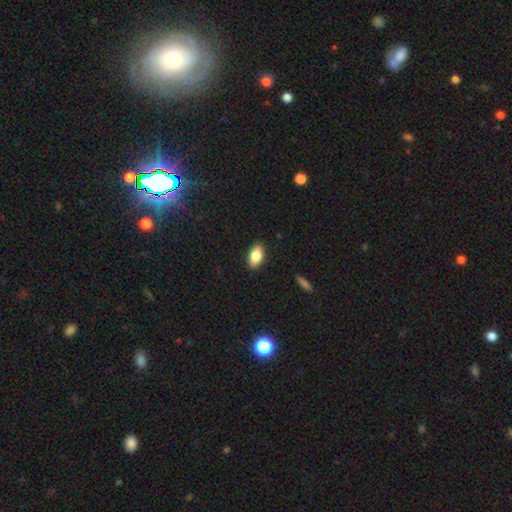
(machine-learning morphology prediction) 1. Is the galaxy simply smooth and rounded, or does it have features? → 82% smooth, 10% featured or disk, 7% star or artifact.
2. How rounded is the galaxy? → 91% in between, 5% round, 4% cigar-shaped.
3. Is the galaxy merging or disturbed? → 88% none, 9% minor disturbance, 2% major disturbance, 1% merger.